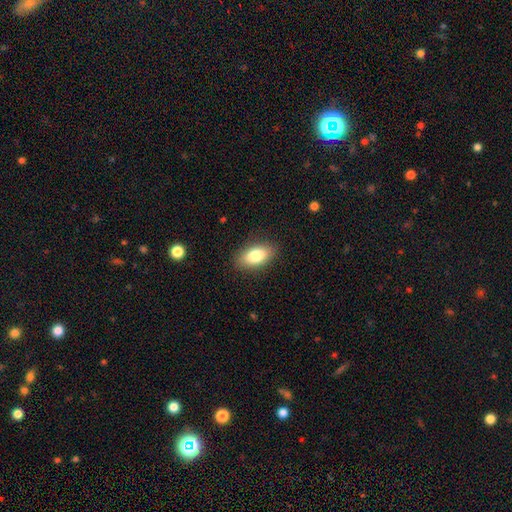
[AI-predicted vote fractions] This appears to be a smooth galaxy with no disk features (82%) that is in between round and cigar-shaped (91%). Merging: none (87%).